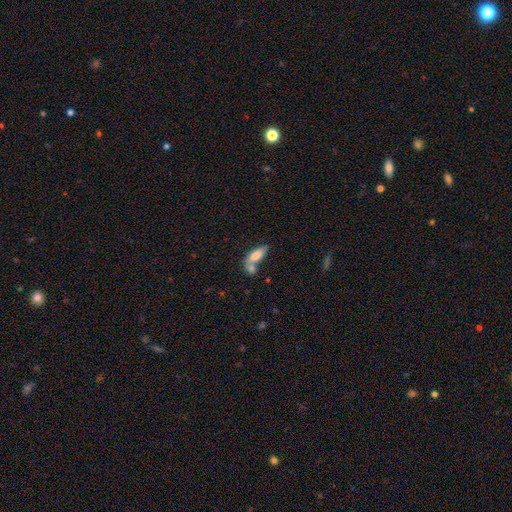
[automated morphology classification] Smooth or featured?
  - smooth: 76% *
  - featured or disk: 17%
  - star or artifact: 8%
How rounded?
  - in between: 78% *
  - cigar-shaped: 19%
  - round: 3%
Merging?
  - merger: 54% *
  - none: 27%
  - minor disturbance: 12%
  - major disturbance: 7%